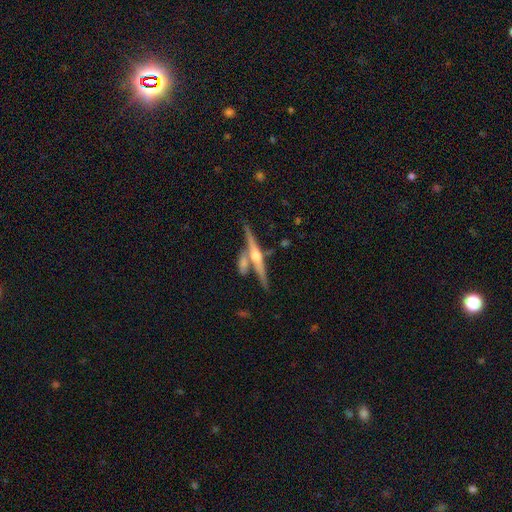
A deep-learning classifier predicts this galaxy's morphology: Smooth or featured: featured or disk — 84% (smooth — 10%)
Edge-on disk: yes — 98% (no — 2%)
Edge-on bulge: rounded — 91% (boxy — 5%)
Merging: none — 70% (merger — 18%)